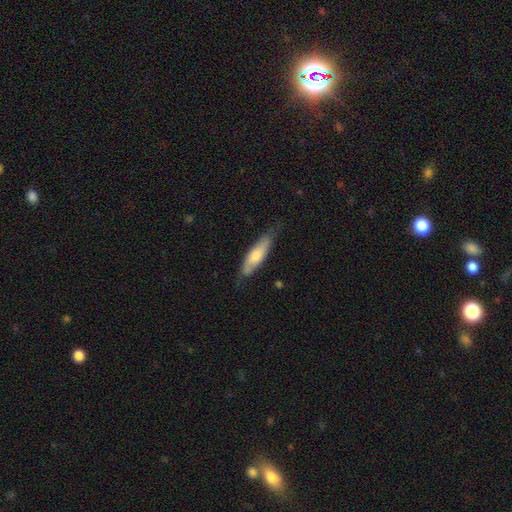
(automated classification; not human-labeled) Q: Smooth or featured?
A: smooth (66%); runner-up: featured or disk (29%)
Q: How rounded?
A: cigar-shaped (63%); runner-up: in between (36%)
Q: Merging?
A: none (72%); runner-up: minor disturbance (22%)